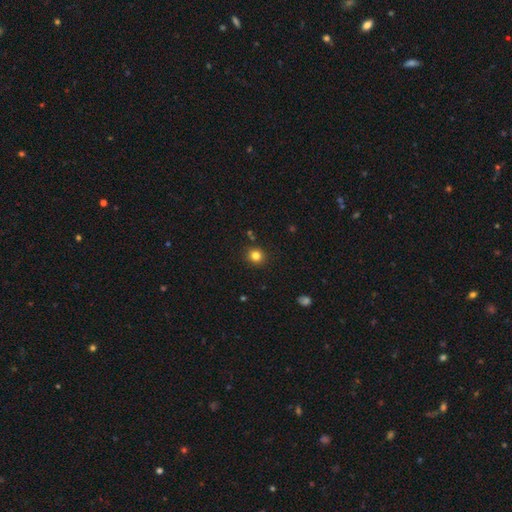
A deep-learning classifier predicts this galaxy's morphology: Overall: smooth (81%). How rounded: round (88%). Merging: none (90%).